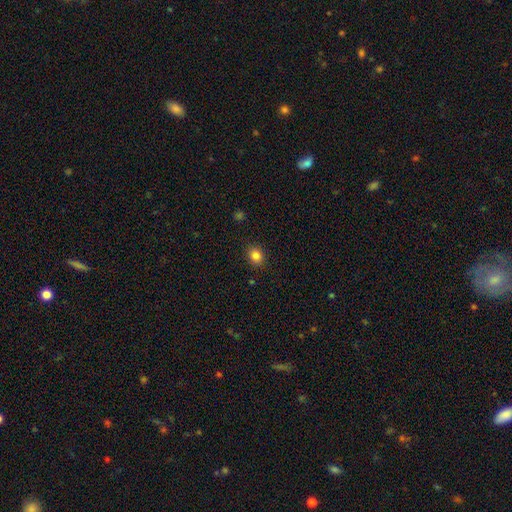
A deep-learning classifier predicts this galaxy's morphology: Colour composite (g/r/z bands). It shows a smooth galaxy with no disk features (84%) that is round (57%). Merging: none (88%).